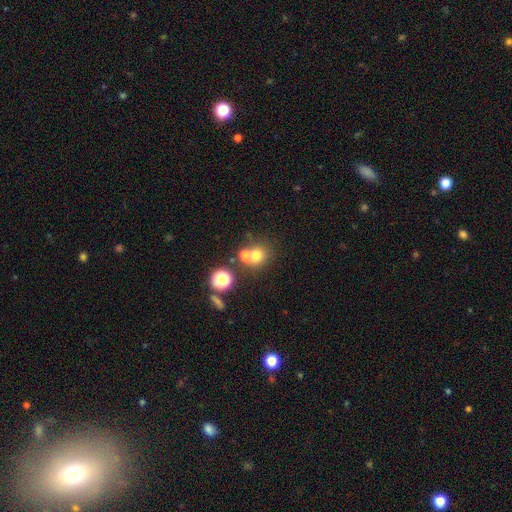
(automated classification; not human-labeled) Smooth or featured? Predicted: smooth (p=0.69). How rounded? Predicted: round (p=0.81). Merging? Predicted: none (p=0.50).